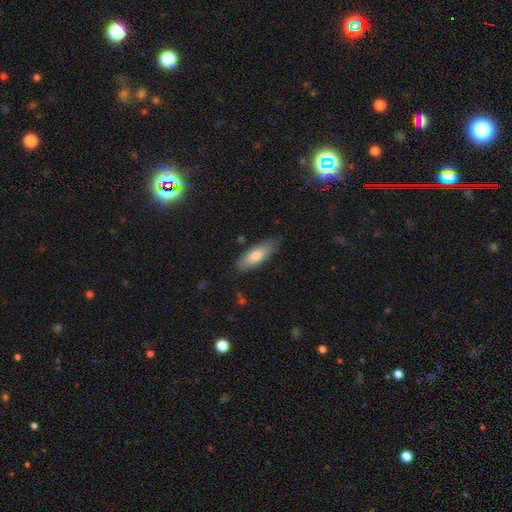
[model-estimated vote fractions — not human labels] smooth 74%, featured or disk 20%, star or artifact 6%. Down the decision tree: how rounded — in between (63%); merging — none (79%).